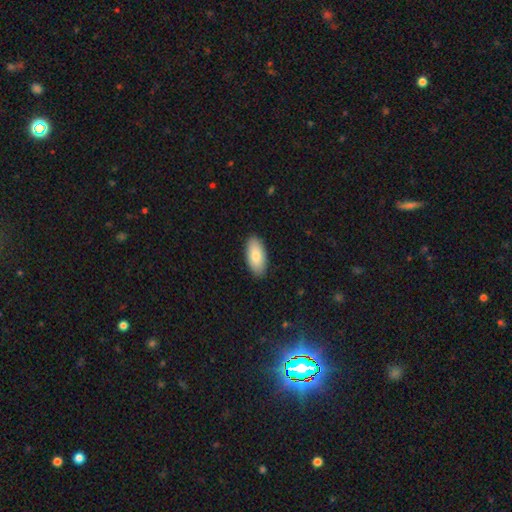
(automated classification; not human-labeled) Smooth or featured: smooth — 81% (featured or disk — 13%)
How rounded: in between — 92% (cigar-shaped — 5%)
Merging: none — 89% (minor disturbance — 8%)